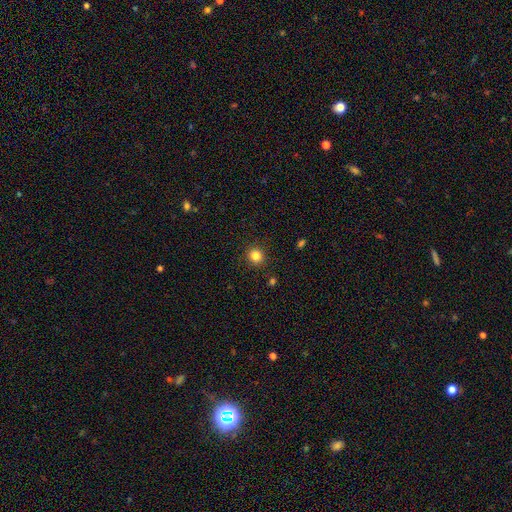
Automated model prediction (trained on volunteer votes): Smooth or featured? Predicted: smooth (p=0.83). How rounded? Predicted: round (p=0.90). Merging? Predicted: none (p=0.91).